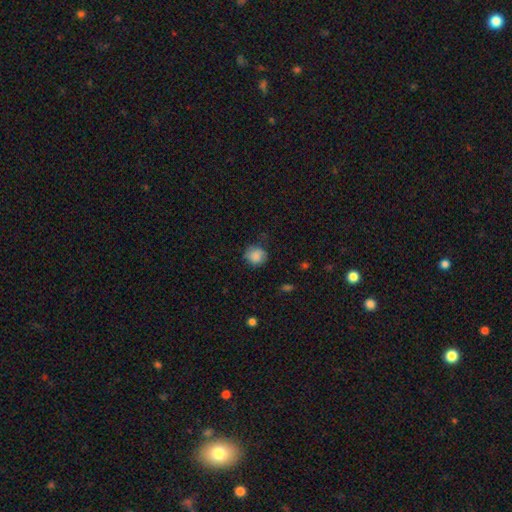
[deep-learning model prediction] Smooth or featured? smooth (83%)
How rounded? round (81%)
Merging? none (70%)